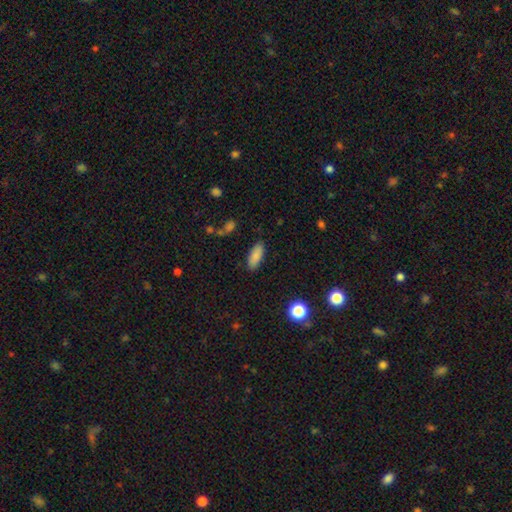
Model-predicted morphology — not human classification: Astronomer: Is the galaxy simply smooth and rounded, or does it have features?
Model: smooth — 85%.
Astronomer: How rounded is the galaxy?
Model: in between — 81%.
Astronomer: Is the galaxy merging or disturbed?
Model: none — 86%.